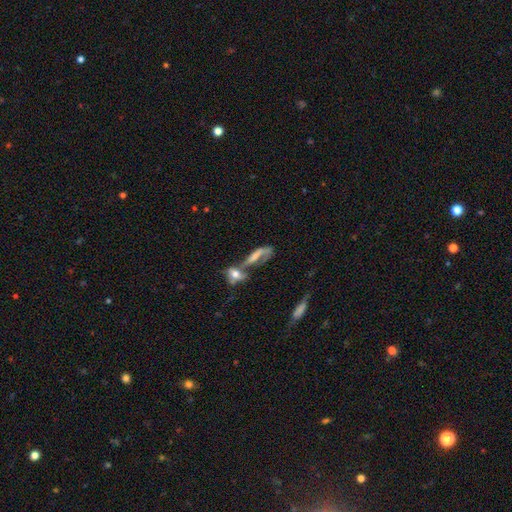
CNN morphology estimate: Smooth or featured? Predicted: featured or disk (p=0.44, tied with smooth). Merging? Predicted: merger (p=0.58).